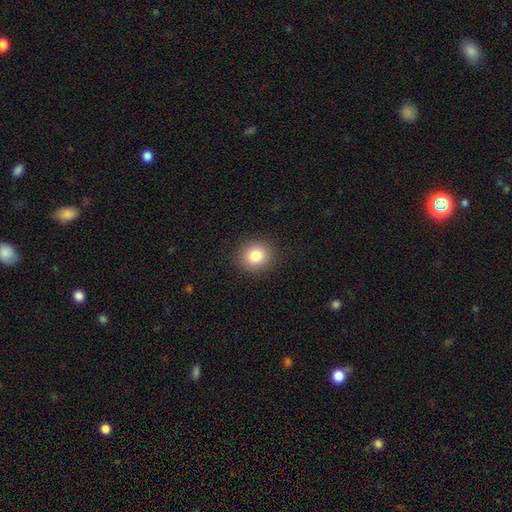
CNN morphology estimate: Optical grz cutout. It shows a smooth galaxy with no disk features (82%) that is round (82%). Merging: none (90%).